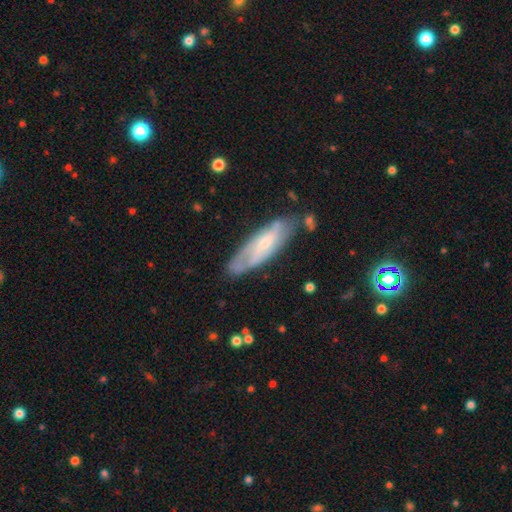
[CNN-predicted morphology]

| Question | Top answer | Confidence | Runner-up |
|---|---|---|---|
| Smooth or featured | featured or disk | 56% | smooth (39%) |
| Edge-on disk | no | 72% | yes (28%) |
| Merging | none | 69% | minor disturbance (21%) |